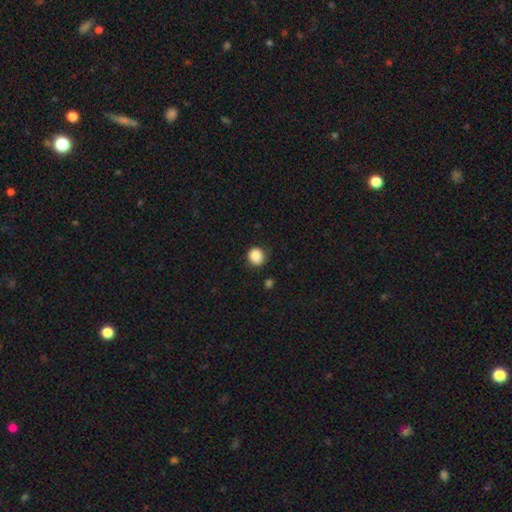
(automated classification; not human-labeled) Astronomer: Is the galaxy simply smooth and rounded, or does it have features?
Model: smooth — 88%.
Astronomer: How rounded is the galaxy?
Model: round — 82%.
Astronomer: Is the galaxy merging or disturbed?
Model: none — 84%.